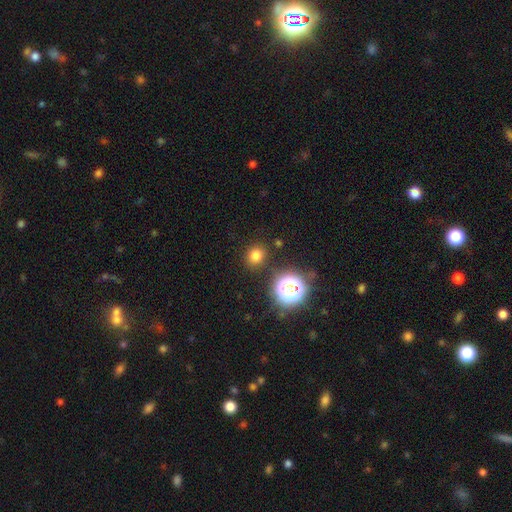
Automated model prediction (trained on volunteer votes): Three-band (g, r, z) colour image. It shows a smooth galaxy with no disk features (73%) that is round (77%). Merging: none (87%).